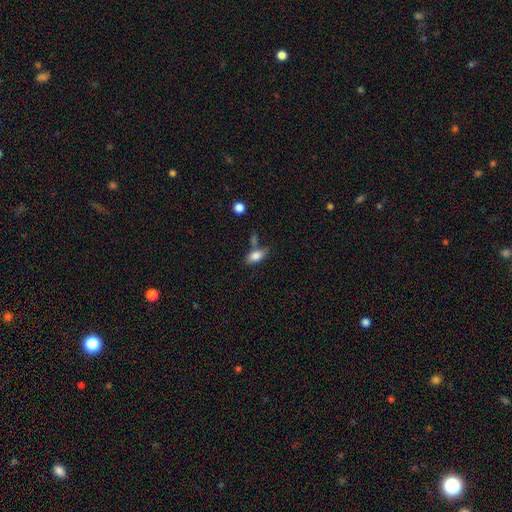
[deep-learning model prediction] Smooth or featured? Predicted: smooth (p=0.83). How rounded? Predicted: in between (p=0.88). Merging? Predicted: none (p=0.62).